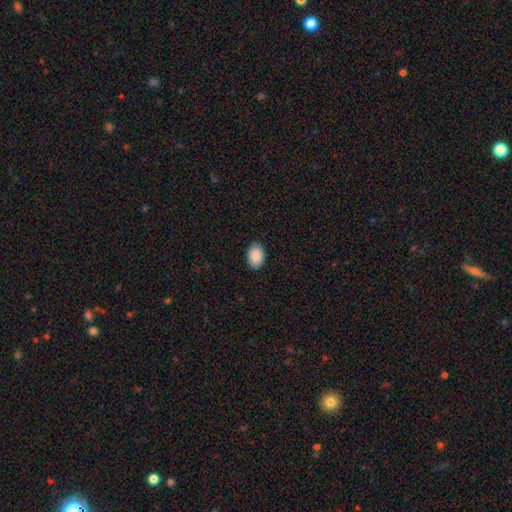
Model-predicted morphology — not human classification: type=smooth (91%); roundness=in between (83%); merging=none (88%).